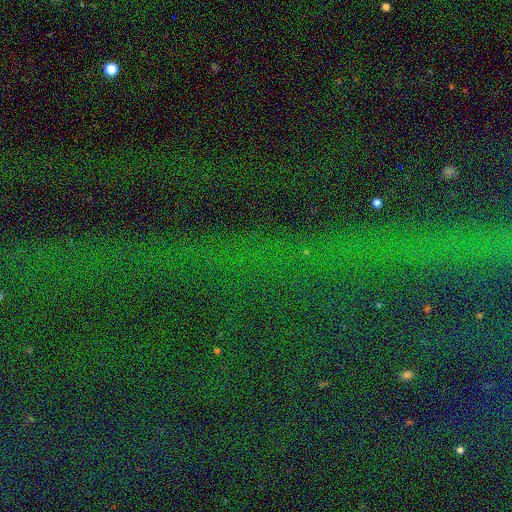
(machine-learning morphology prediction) star or artifact 84%, featured or disk 9%, smooth 8%.